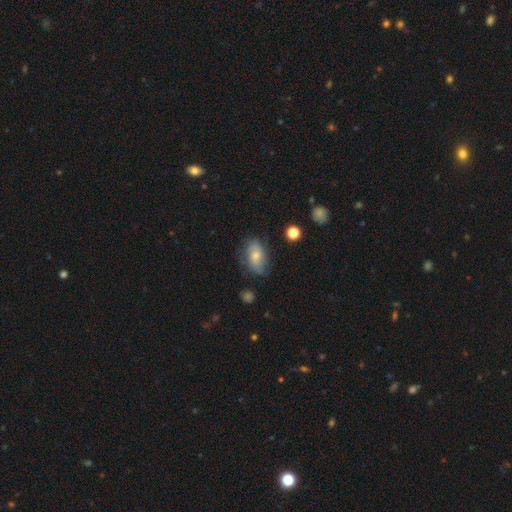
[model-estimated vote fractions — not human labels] The model was most divided on "smooth or featured": smooth: 63%, featured or disk: 29%, star or artifact: 8%. More confident: how rounded — in between (89%); merging — none (67%).